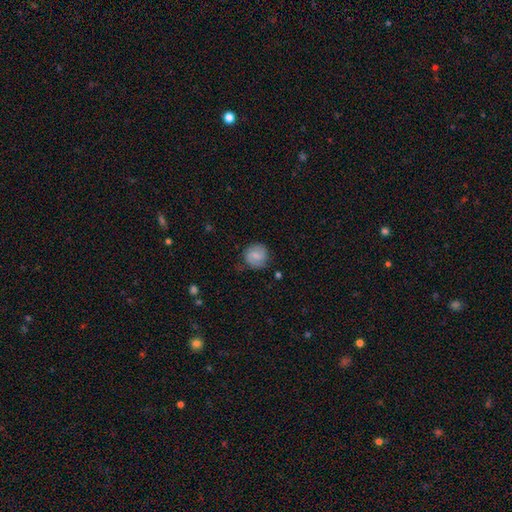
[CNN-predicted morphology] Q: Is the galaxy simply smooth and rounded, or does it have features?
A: smooth — 67%.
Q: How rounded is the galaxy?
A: round — 87%.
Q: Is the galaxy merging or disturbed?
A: none — 77%.